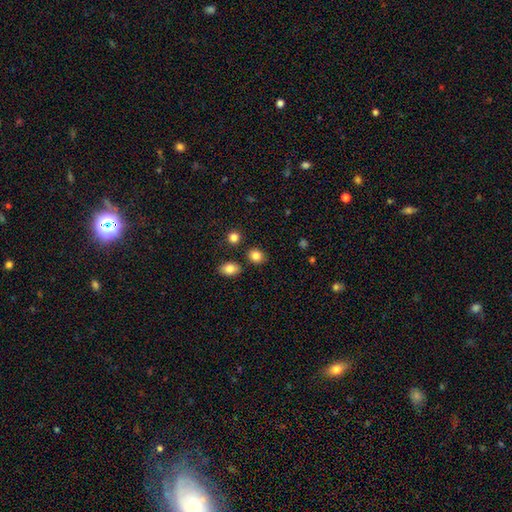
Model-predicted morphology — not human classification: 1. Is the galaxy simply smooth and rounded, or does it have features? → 85% smooth, 10% star or artifact, 5% featured or disk.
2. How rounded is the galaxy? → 57% round, 42% in between, 1% cigar-shaped.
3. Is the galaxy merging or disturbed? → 80% none, 10% minor disturbance, 7% merger, 3% major disturbance.